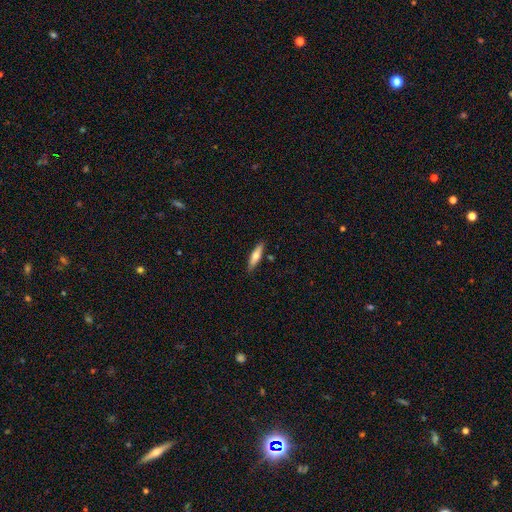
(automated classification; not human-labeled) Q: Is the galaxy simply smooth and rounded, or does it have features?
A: smooth — 63%.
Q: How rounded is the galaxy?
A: cigar-shaped — 67%.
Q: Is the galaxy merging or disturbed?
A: none — 85%.